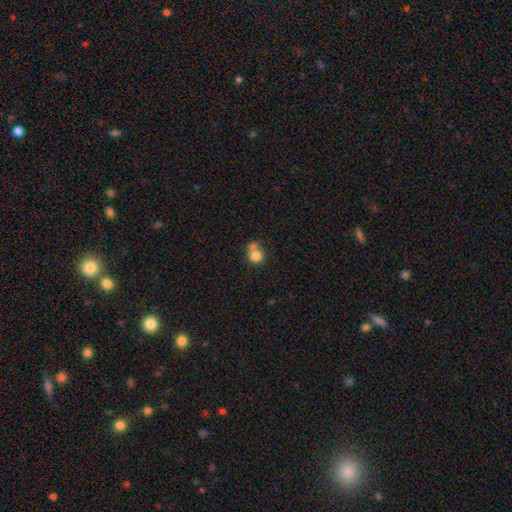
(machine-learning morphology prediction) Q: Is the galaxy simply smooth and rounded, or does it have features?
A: smooth — 78%.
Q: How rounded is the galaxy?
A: round — 81%.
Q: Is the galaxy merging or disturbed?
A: merger — 47%.